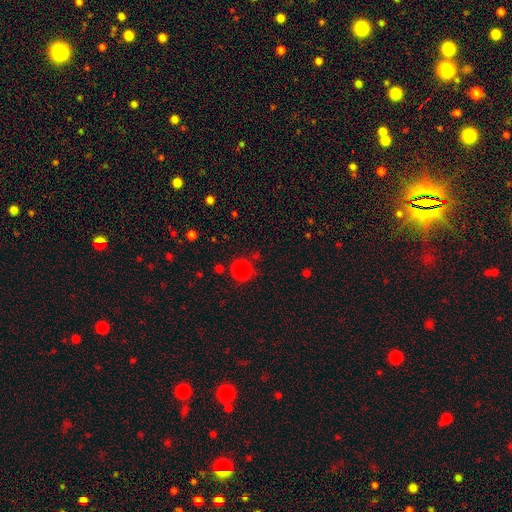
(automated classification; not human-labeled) A smooth galaxy with no disk features (83%) that is round (94%).

Vote fractions:
- Smooth or featured? smooth: 83% / star or artifact: 13% / featured or disk: 4%
- How rounded? round: 94% / in between: 5% / cigar-shaped: 1%
- Merging? none: 85% / minor disturbance: 8% / major disturbance: 3% / merger: 3%